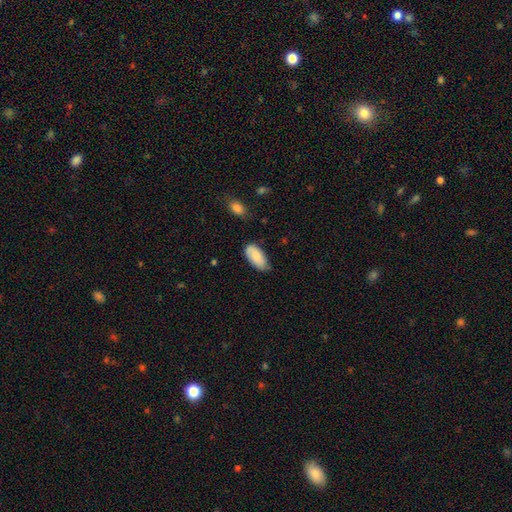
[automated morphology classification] smooth 78%, featured or disk 16%, star or artifact 6%. Down the decision tree: how rounded — in between (93%); merging — none (67%).